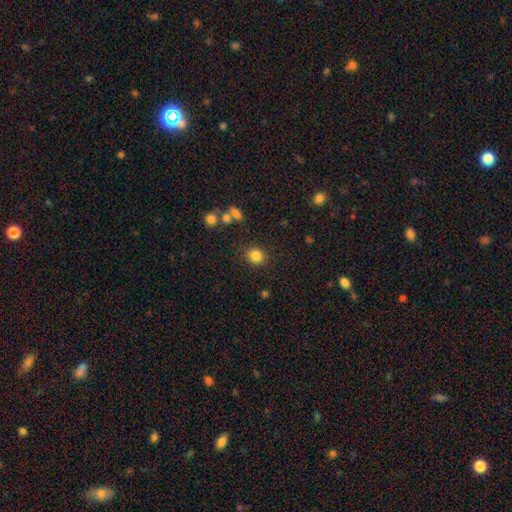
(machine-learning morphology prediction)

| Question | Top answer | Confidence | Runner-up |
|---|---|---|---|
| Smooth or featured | smooth | 84% | star or artifact (11%) |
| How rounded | round | 85% | in between (14%) |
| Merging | none | 86% | minor disturbance (8%) |